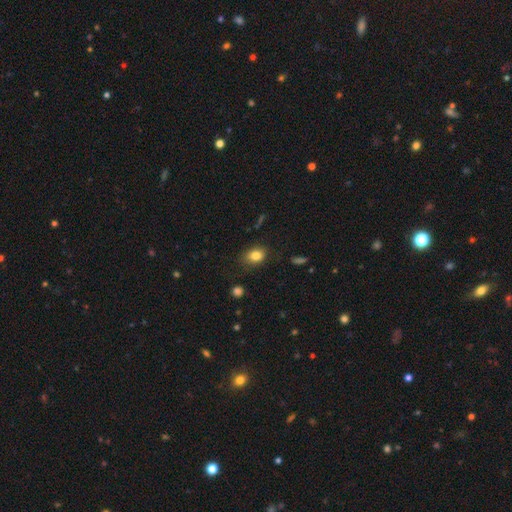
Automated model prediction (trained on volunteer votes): Smooth or featured?
  - smooth: 83% *
  - star or artifact: 10%
  - featured or disk: 8%
How rounded?
  - in between: 69% *
  - round: 29%
  - cigar-shaped: 1%
Merging?
  - none: 76% *
  - minor disturbance: 18%
  - major disturbance: 4%
  - merger: 1%